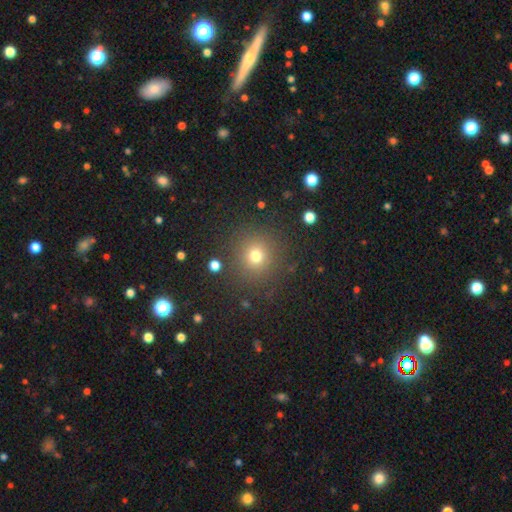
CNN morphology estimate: type=smooth (72%); roundness=round (91%); merging=none (86%).